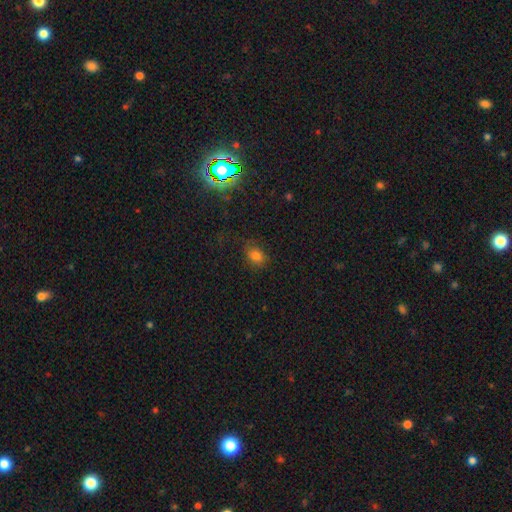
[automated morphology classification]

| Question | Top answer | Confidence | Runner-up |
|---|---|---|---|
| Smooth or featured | smooth | 77% | star or artifact (16%) |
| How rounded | round | 53% | in between (46%) |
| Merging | none | 74% | minor disturbance (17%) |